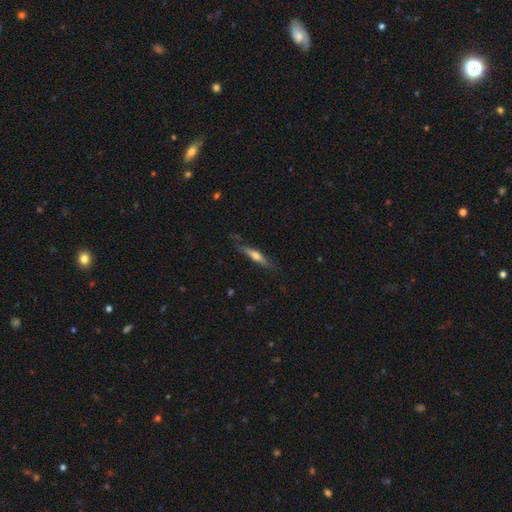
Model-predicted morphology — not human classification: Overall: featured or disk (48%; smooth 46%). Merging: none (75%).